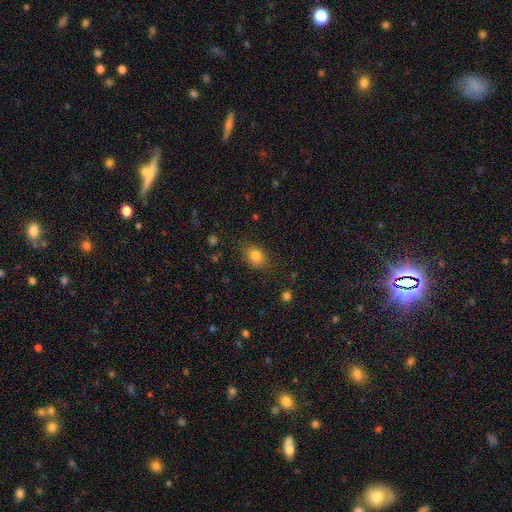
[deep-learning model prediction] Smooth or featured? smooth (81%)
How rounded? in between (59%)
Merging? none (81%)